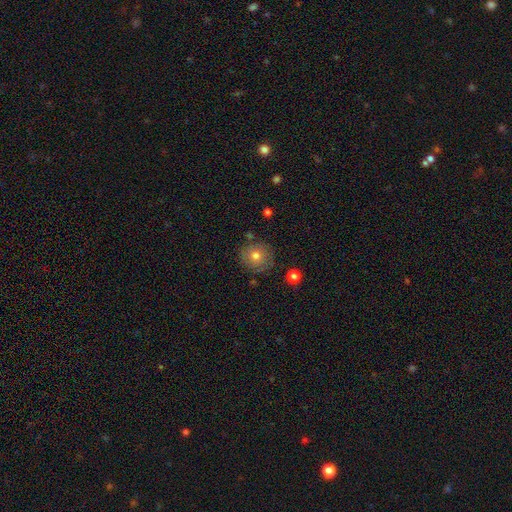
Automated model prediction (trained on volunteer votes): Overall: smooth (74%). How rounded: round (90%). Merging: none (82%).